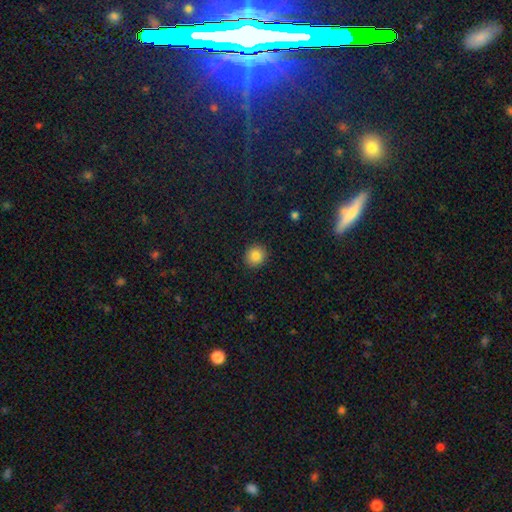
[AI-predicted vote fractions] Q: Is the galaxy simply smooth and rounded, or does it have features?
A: smooth — 84%.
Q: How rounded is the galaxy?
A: round — 87%.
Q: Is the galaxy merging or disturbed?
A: none — 91%.